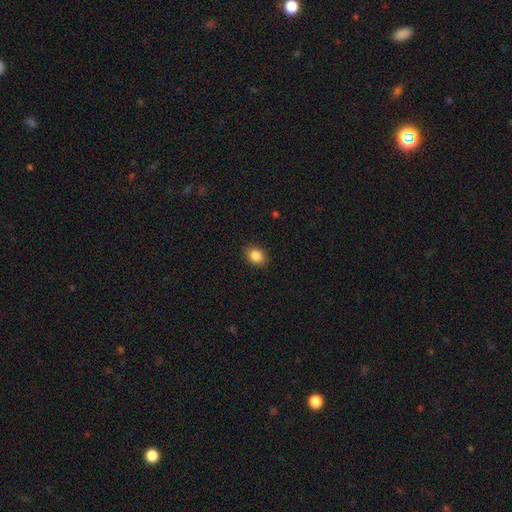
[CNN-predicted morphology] This is clearly a smooth galaxy (86%). How rounded: possibly in between (51%). Merging: clearly none (89%).